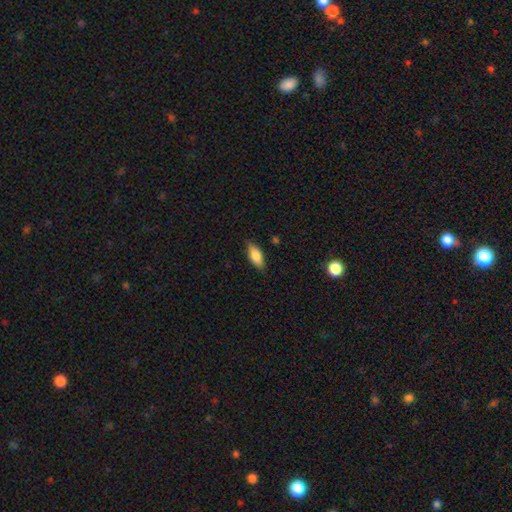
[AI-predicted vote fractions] smooth 80%, featured or disk 14%, star or artifact 7%. Down the decision tree: how rounded — in between (79%); merging — none (82%).